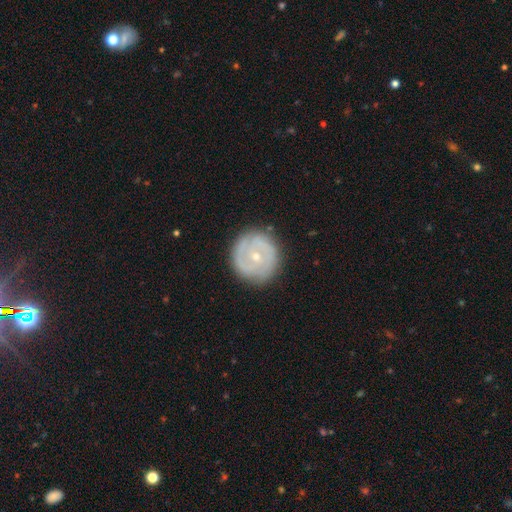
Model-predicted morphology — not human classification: smooth-or-featured: featured or disk: 73% | smooth: 21% | star or artifact: 6%
  disk-edge-on: no: 97% | yes: 3%
    bar: no: 68% | weak: 25% | strong: 6%
    has-spiral-arms: yes: 79% | no: 21%
      spiral-winding: tight: 64% | medium: 28% | loose: 8%
      spiral-arm-count: 2: 53% | can't tell: 25% | 3: 11% | 1: 5% | 4: 3% | more than 4: 3%
    bulge-size: small: 66% | moderate: 31% | large: 1% | none: 1% | dominant: 1%
  merging: none: 84% | minor disturbance: 11% | major disturbance: 3% | merger: 1%